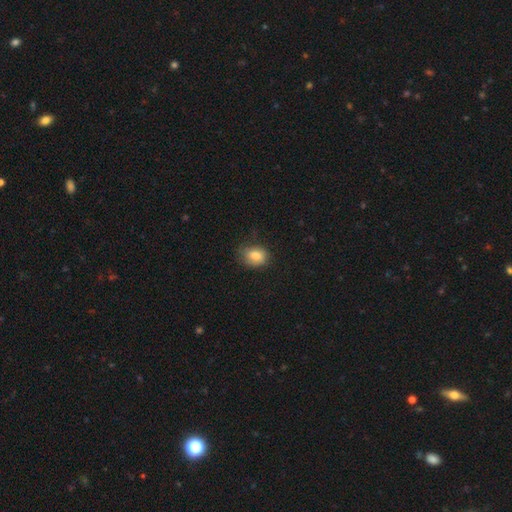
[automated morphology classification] This appears to be a smooth galaxy with no disk features (81%) that is in between round and cigar-shaped (63%). Merging: none (67%).